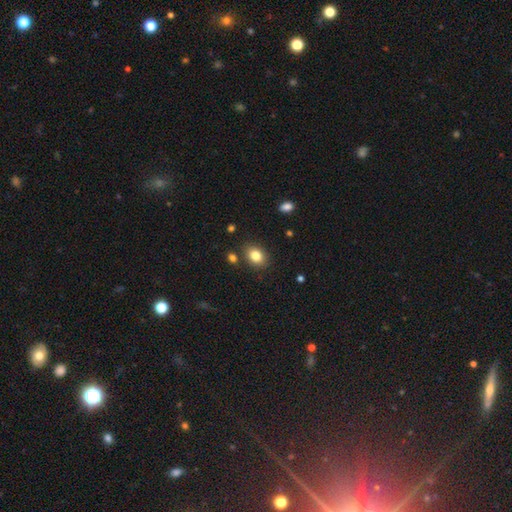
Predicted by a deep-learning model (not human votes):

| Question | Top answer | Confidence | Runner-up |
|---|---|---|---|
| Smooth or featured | smooth | 82% | star or artifact (10%) |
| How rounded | in between | 66% | round (33%) |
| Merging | none | 84% | minor disturbance (10%) |